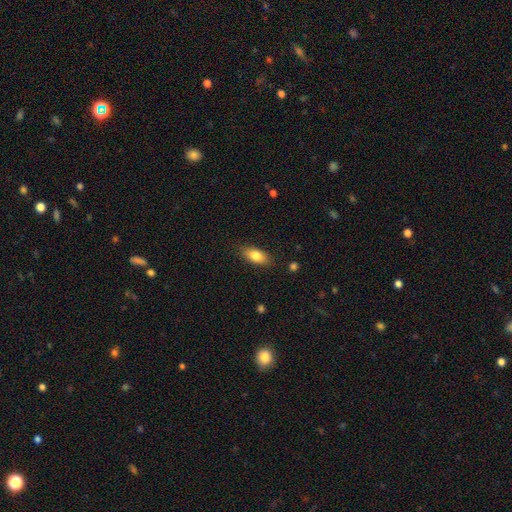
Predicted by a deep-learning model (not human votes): Smooth or featured: smooth — 81% (featured or disk — 12%)
How rounded: in between — 84% (cigar-shaped — 12%)
Merging: none — 85% (minor disturbance — 11%)